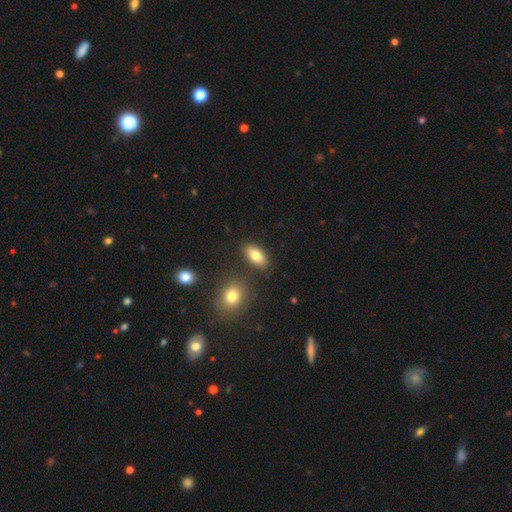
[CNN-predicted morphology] smooth_or_featured: smooth (p=0.79) [alt: featured or disk p=0.13]
how_rounded: in between (p=0.89) [alt: cigar-shaped p=0.06]
merging: none (p=0.84) [alt: minor disturbance p=0.09]